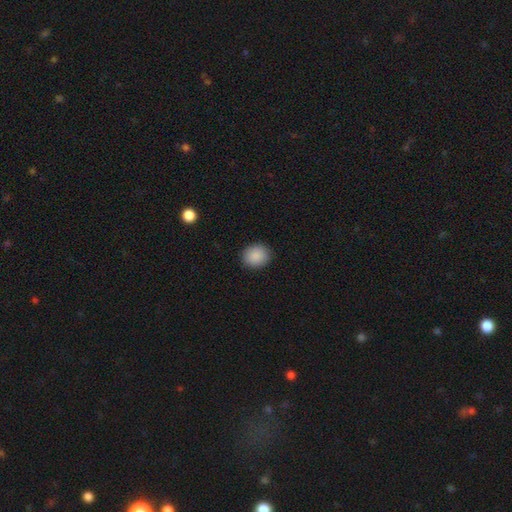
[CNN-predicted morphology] smooth-or-featured: smooth: 89% | star or artifact: 8% | featured or disk: 3%
  how-rounded: round: 73% | in between: 26% | cigar-shaped: 1%
  merging: none: 90% | minor disturbance: 7% | major disturbance: 2% | merger: 1%